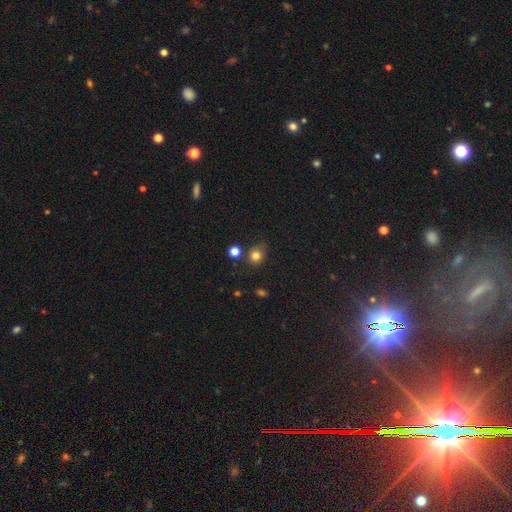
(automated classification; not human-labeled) Morphology: type=smooth (80%); roundness=round (71%); merging=none (68%).